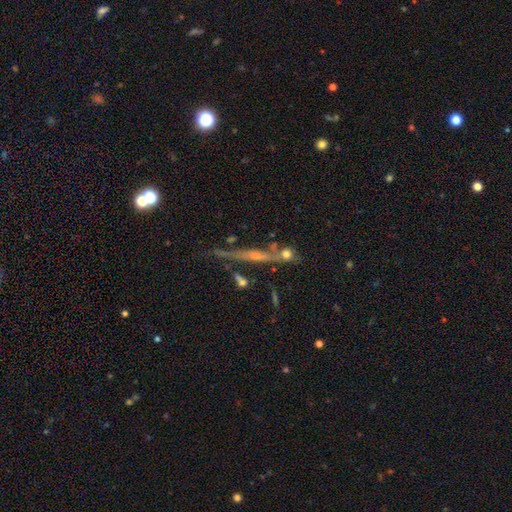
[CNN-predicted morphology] A featured or disk galaxy (75%) viewed edge-on (93%) with a rounded central bulge (70%).

Vote fractions:
- Smooth or featured? featured or disk: 75% / smooth: 14% / star or artifact: 11%
- Edge-on disk? yes: 93% / no: 7%
- Edge-on bulge? rounded: 70% / none: 23% / boxy: 7%
- Merging? none: 69% / minor disturbance: 15% / merger: 12% / major disturbance: 5%